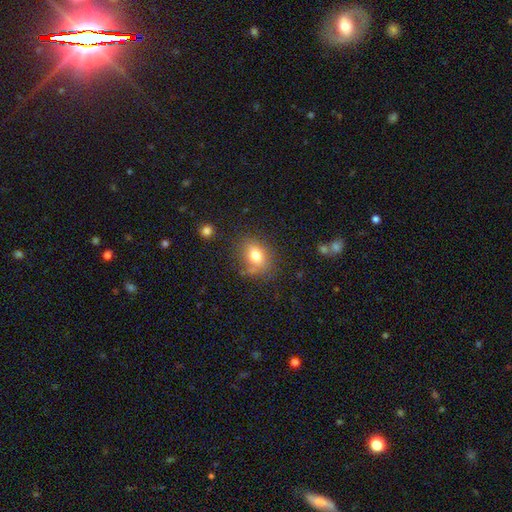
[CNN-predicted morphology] This appears to be a smooth galaxy with no disk features (78%) that is in between round and cigar-shaped (66%). Merging: none (75%).